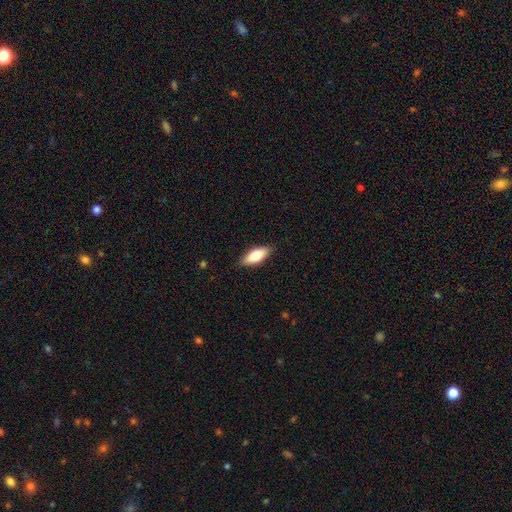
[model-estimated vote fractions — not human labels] This is likely a smooth galaxy (73%). How rounded: likely in between (74%). Merging: clearly none (87%).